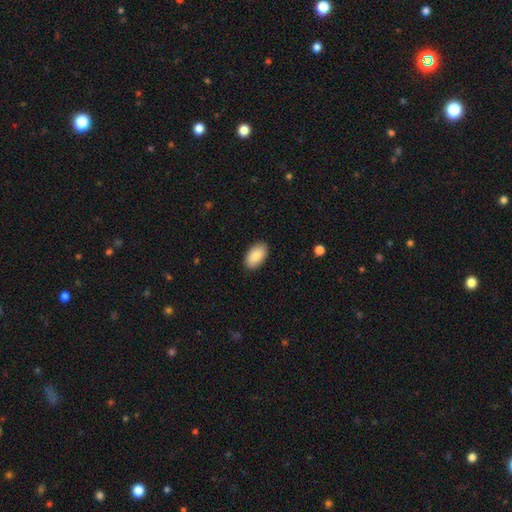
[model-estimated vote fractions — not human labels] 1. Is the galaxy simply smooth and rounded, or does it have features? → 88% smooth, 6% star or artifact, 6% featured or disk.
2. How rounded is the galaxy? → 95% in between, 4% round, 1% cigar-shaped.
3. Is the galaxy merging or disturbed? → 89% none, 9% minor disturbance, 2% major disturbance, 1% merger.